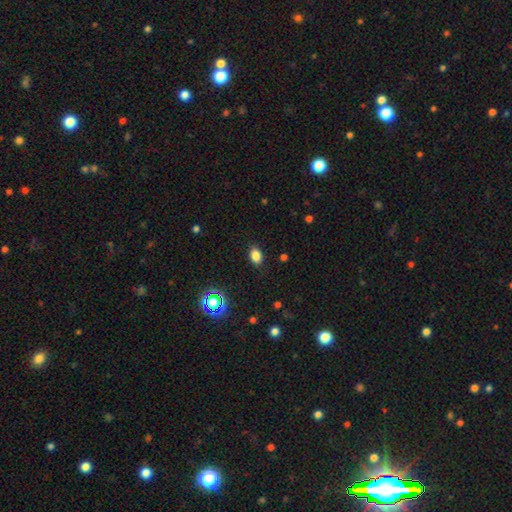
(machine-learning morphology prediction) This is clearly a smooth galaxy (81%). How rounded: clearly in between (82%). Merging: clearly none (87%).